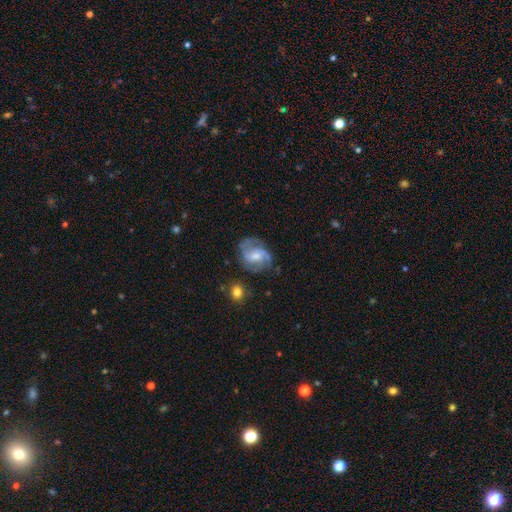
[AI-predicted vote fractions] Smooth or featured? featured or disk (76%)
Edge-on disk? no (98%)
Bar? weak (49%)
Spiral arms? yes (93%)
Spiral winding? medium (50%)
Spiral arm count? 2 (50%)
Bulge size? moderate (45%)
Merging? none (64%)